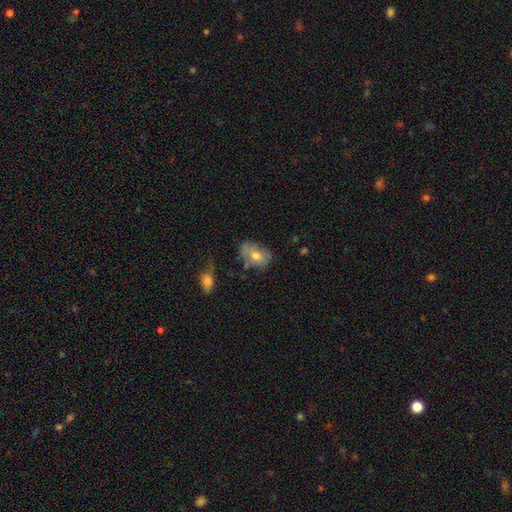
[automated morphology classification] The model was most divided on "merging": none: 49%, minor disturbance: 31%, major disturbance: 13%, merger: 7%. More confident: how rounded — in between (79%); smooth or featured — smooth (64%).